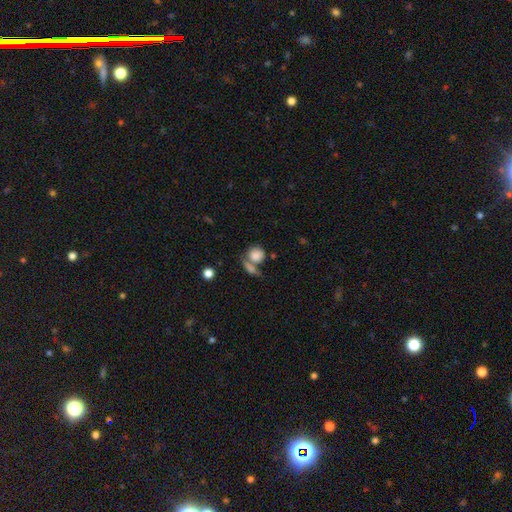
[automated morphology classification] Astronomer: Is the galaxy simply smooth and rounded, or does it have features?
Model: smooth — 82%.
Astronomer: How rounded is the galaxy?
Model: round — 75%.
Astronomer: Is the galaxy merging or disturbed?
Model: none — 42% (runner-up: merger, 41%).